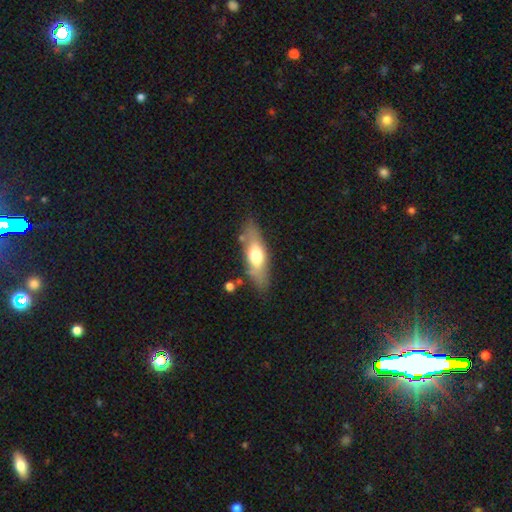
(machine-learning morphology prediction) smooth 57%, featured or disk 37%, star or artifact 6%. Down the decision tree: how rounded — in between (56%); merging — none (77%).